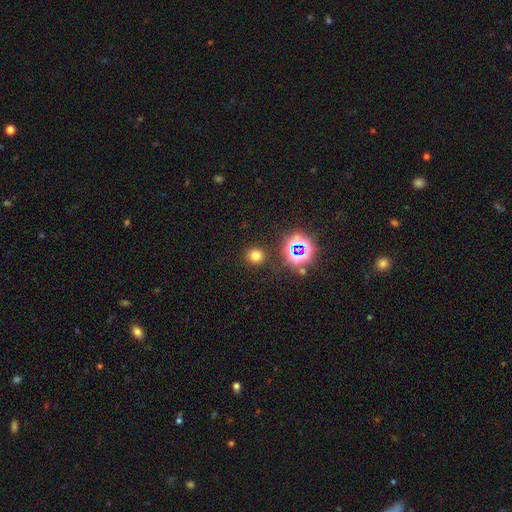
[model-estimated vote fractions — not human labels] Smooth or featured? Predicted: smooth (p=0.70). How rounded? Predicted: round (p=0.90). Merging? Predicted: none (p=0.88).